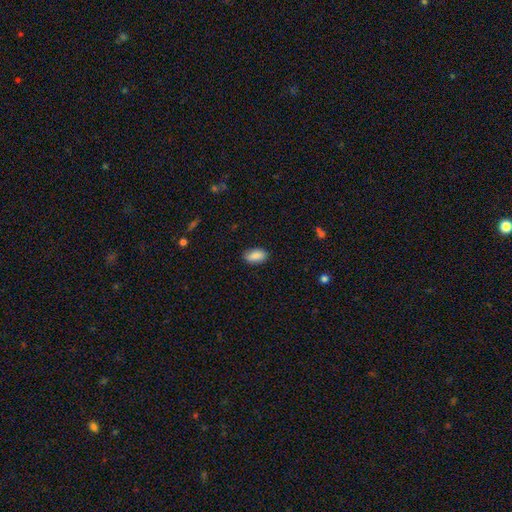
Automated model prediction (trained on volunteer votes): Smooth or featured?
  - smooth: 87% *
  - star or artifact: 7%
  - featured or disk: 6%
How rounded?
  - in between: 92% *
  - round: 4%
  - cigar-shaped: 3%
Merging?
  - none: 86% *
  - minor disturbance: 11%
  - major disturbance: 2%
  - merger: 1%